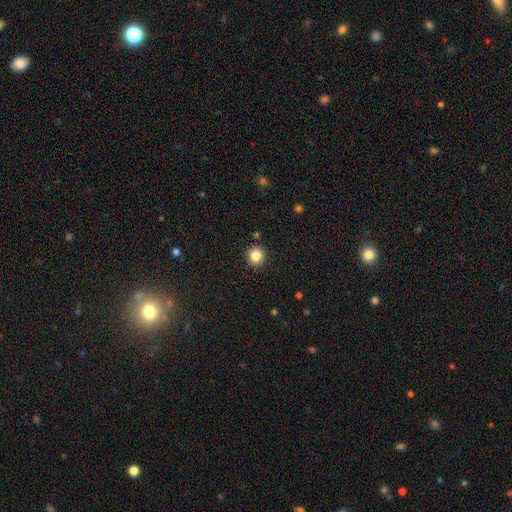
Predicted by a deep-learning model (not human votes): A smooth galaxy with no disk features (85%) that is round (91%). Merging: none (91%).